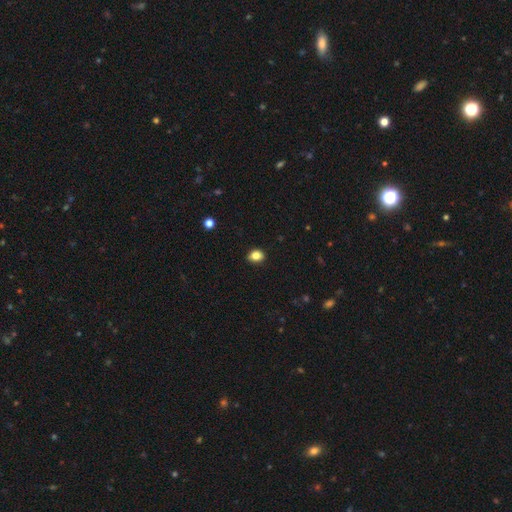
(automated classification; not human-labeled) smooth-or-featured: smooth: 84% | star or artifact: 10% | featured or disk: 6%
  how-rounded: in between: 52% | round: 46% | cigar-shaped: 1%
  merging: none: 88% | minor disturbance: 9% | major disturbance: 2% | merger: 1%